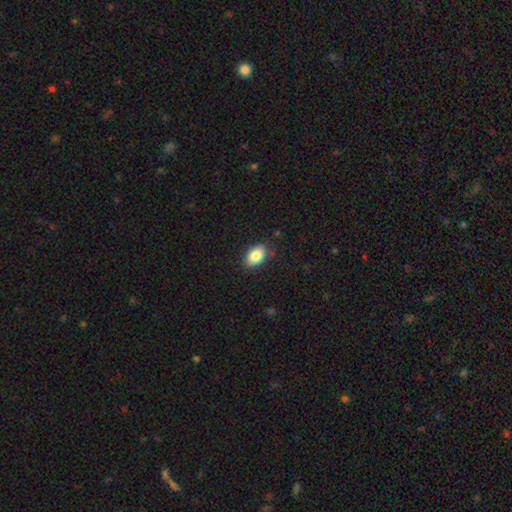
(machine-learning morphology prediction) type=smooth (86%); roundness=in between (90%); merging=none (86%).